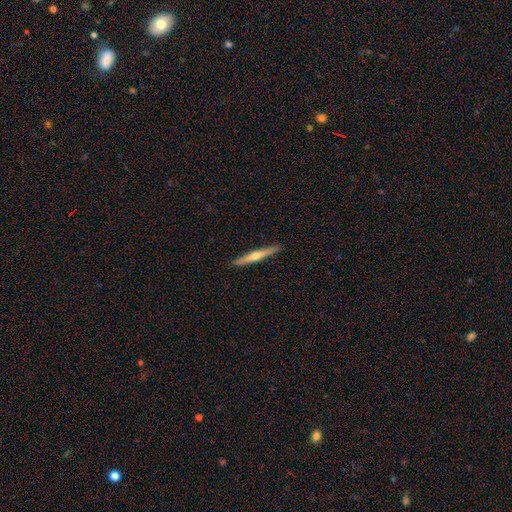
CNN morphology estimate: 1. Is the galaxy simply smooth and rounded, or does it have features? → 63% featured or disk, 31% smooth, 6% star or artifact.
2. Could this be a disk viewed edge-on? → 97% yes, 3% no.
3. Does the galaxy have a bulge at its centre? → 86% rounded, 12% none, 3% boxy.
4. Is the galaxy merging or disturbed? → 92% none, 6% minor disturbance, 1% major disturbance, 1% merger.